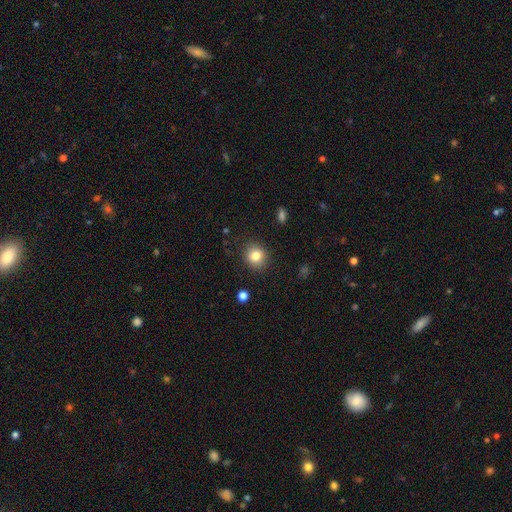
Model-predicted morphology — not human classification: This appears to be a smooth galaxy with no disk features (82%) that is round (76%). Merging: none (88%).